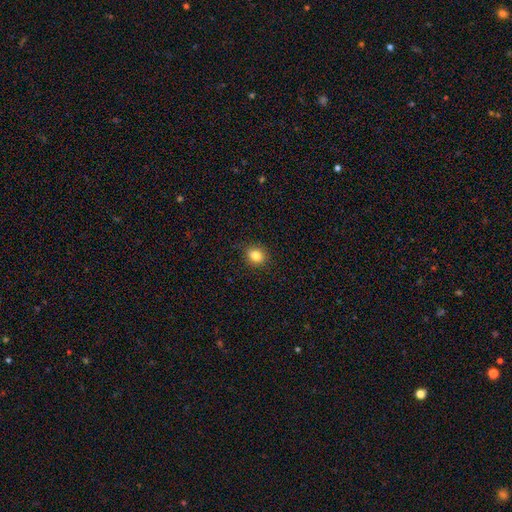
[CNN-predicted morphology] A smooth galaxy with no disk features (82%) that is round (63%). Merging: none (89%).